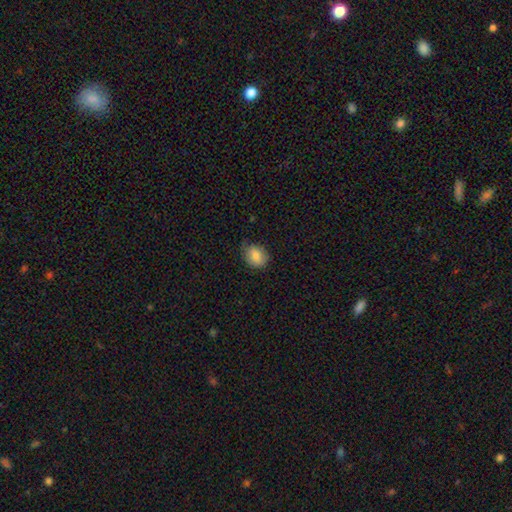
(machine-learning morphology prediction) The model was most divided on "how rounded": in between: 58%, round: 41%, cigar-shaped: 1%. More confident: smooth or featured — smooth (84%); merging — none (65%).